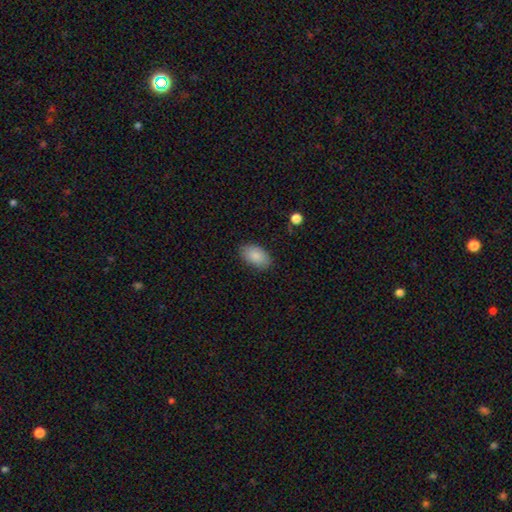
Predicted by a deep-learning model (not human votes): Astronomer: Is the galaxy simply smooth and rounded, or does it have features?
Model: smooth — 88%.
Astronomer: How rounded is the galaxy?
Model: in between — 94%.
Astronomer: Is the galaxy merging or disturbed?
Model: none — 85%.